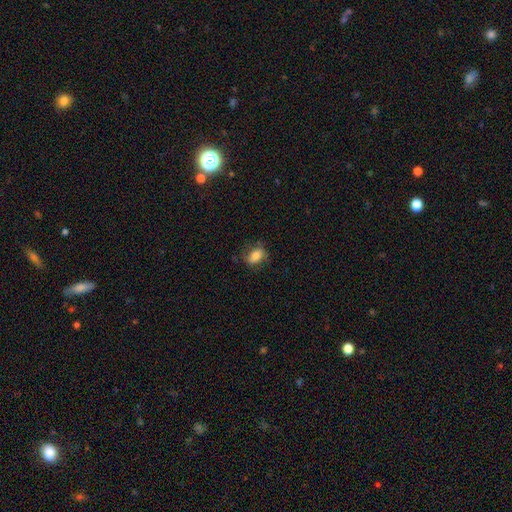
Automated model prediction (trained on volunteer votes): Overall: smooth (78%). How rounded: in between (82%). Merging: none (69%).